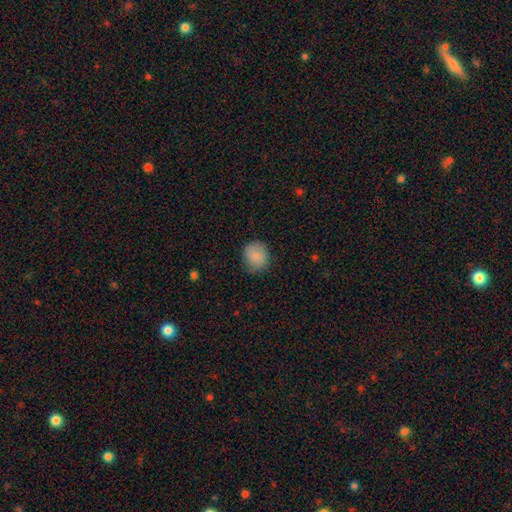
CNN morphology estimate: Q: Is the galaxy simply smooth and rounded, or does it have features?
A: smooth — 86%.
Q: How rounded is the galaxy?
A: round — 82%.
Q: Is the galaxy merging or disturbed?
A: none — 81%.